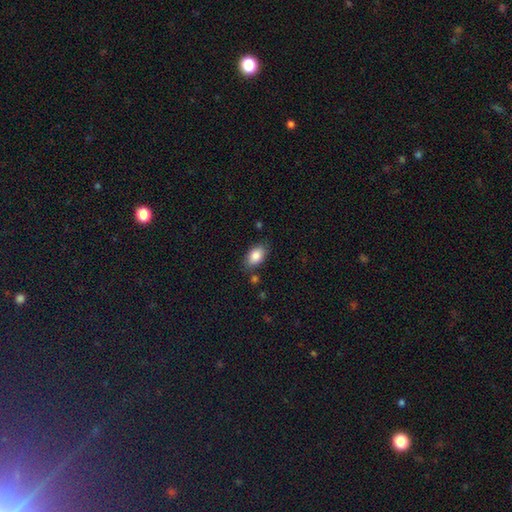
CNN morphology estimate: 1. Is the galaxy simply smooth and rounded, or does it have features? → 85% smooth, 7% featured or disk, 7% star or artifact.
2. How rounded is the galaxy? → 90% in between, 8% round, 2% cigar-shaped.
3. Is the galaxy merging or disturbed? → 80% none, 13% minor disturbance, 3% merger, 3% major disturbance.